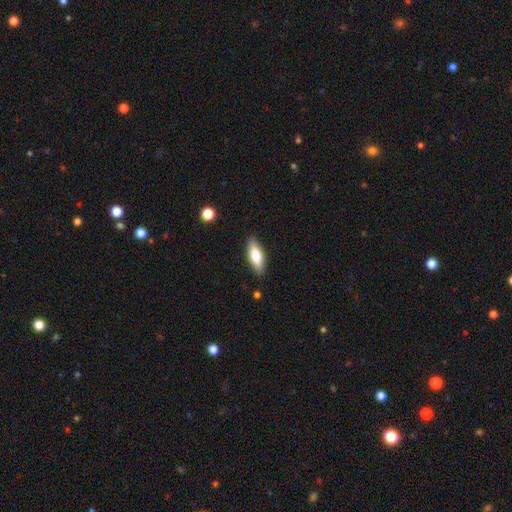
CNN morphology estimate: Smooth or featured? Predicted: smooth (p=0.71). How rounded? Predicted: in between (p=0.65). Merging? Predicted: none (p=0.87).